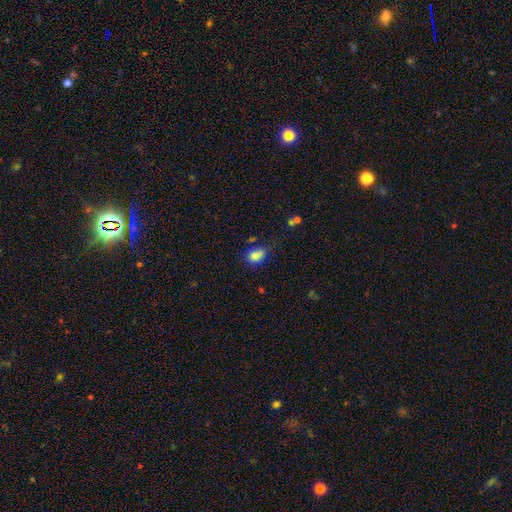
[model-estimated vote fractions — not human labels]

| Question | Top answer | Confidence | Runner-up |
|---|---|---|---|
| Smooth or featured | smooth | 84% | star or artifact (9%) |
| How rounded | in between | 73% | round (26%) |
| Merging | none | 64% | minor disturbance (25%) |